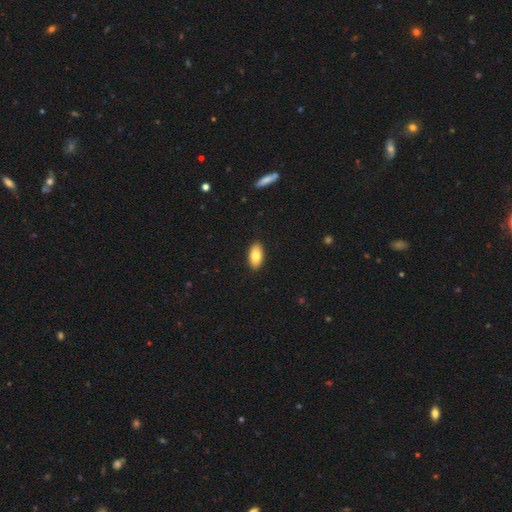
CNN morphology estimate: smooth-or-featured: smooth: 81% | featured or disk: 12% | star or artifact: 7%
  how-rounded: in between: 93% | cigar-shaped: 4% | round: 3%
  merging: none: 90% | minor disturbance: 7% | major disturbance: 2% | merger: 1%